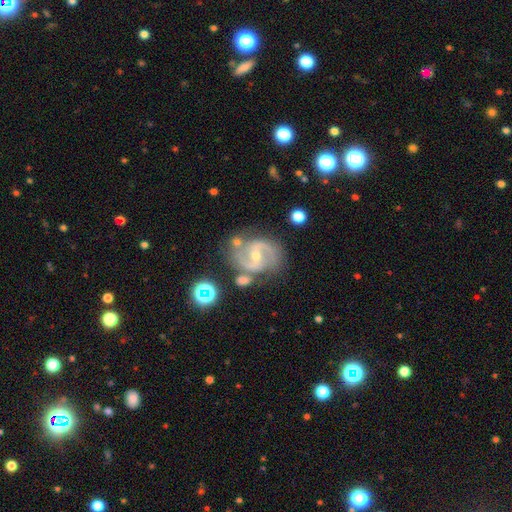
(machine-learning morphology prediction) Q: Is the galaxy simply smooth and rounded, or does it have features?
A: featured or disk — 88%.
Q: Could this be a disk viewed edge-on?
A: no — 98%.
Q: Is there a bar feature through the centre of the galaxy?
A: weak — 45%.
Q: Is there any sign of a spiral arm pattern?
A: yes — 97%.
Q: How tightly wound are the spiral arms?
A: medium — 60%.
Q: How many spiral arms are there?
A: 2 — 90%.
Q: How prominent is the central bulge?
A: small — 56%.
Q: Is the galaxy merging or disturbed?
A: none — 69%.